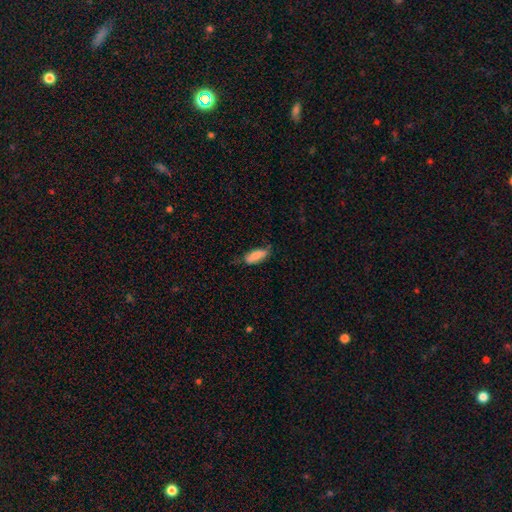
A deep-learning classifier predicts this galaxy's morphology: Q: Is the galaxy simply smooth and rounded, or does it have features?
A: smooth — 86%.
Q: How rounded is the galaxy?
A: in between — 77%.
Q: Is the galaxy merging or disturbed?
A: none — 62%.